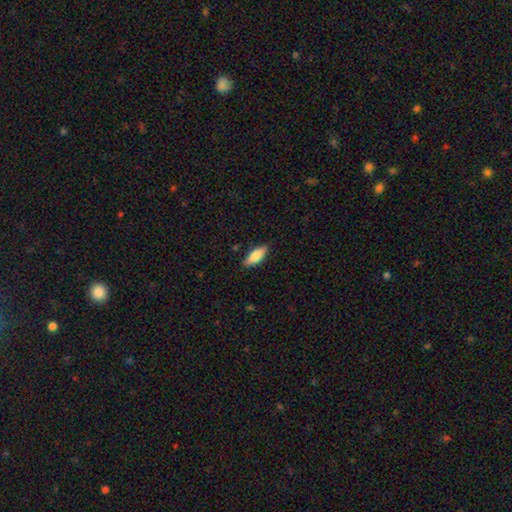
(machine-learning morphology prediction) Overall: smooth (78%). How rounded: in between (70%). Merging: none (86%).